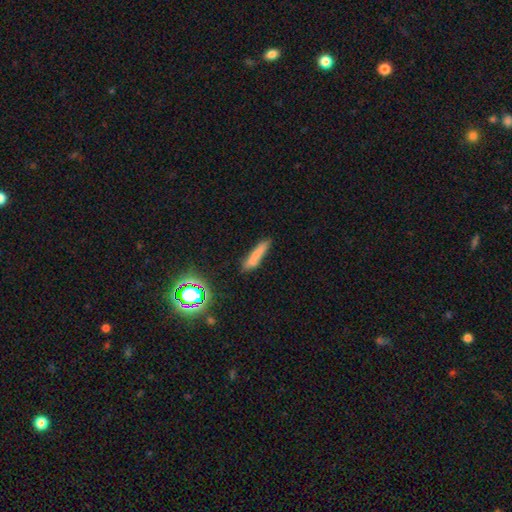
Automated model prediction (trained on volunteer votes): Q: Smooth or featured?
A: smooth (74%); runner-up: featured or disk (14%)
Q: How rounded?
A: cigar-shaped (85%); runner-up: in between (13%)
Q: Merging?
A: none (72%); runner-up: minor disturbance (20%)